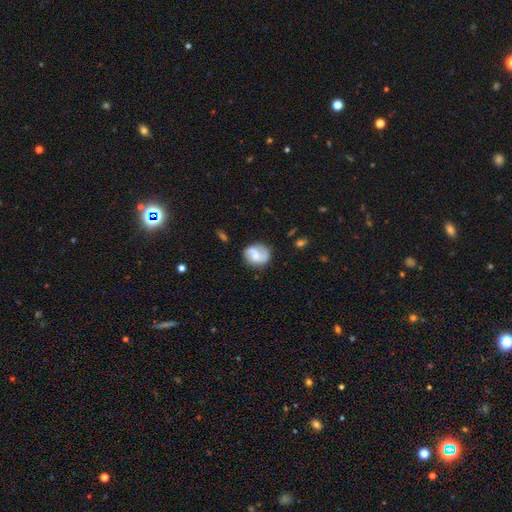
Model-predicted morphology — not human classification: This appears to be a featured or disk galaxy (64%) with no bar (51%), 2 (81%) medium (41%) spiral arms (90%) and a moderate central bulge (56%). Merging: none (74%).